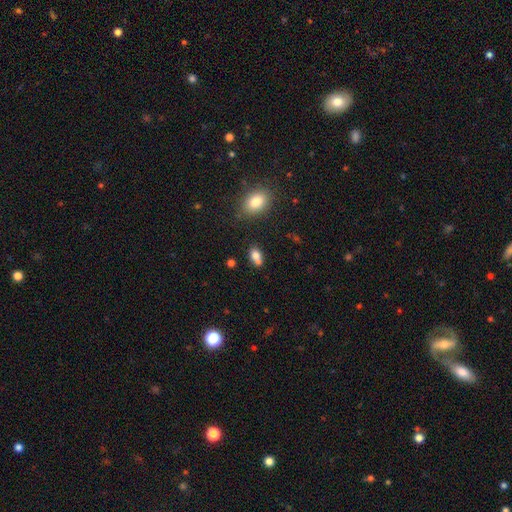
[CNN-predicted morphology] This is likely a smooth galaxy (78%). How rounded: likely in between (74%). Merging: possibly none (46%).